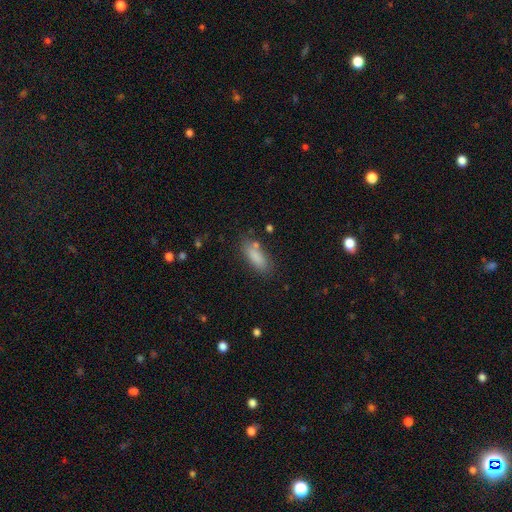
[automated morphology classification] Smooth or featured? smooth (84%)
How rounded? in between (65%)
Merging? none (75%)